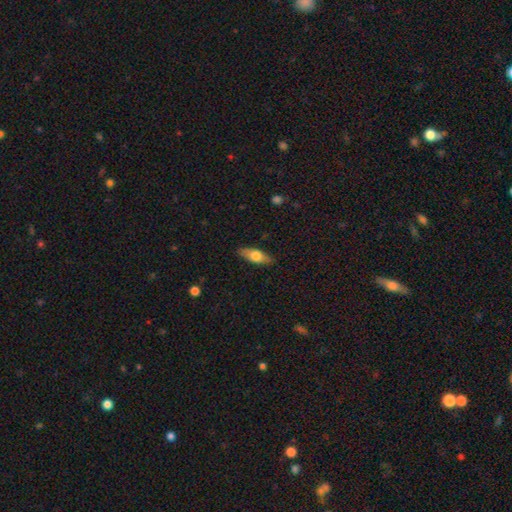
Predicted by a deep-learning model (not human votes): Smooth or featured: smooth — 64% (featured or disk — 30%)
How rounded: in between — 66% (cigar-shaped — 31%)
Merging: none — 86% (minor disturbance — 11%)